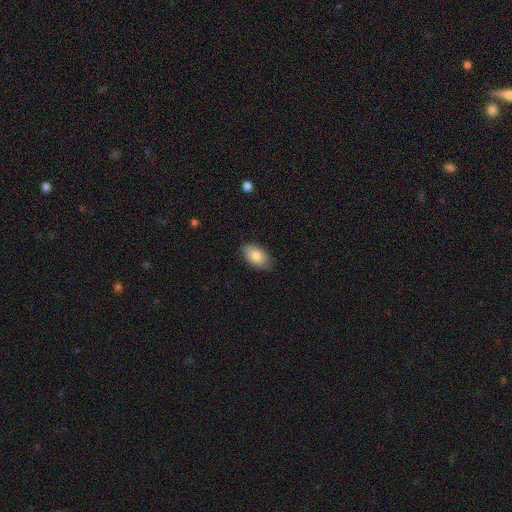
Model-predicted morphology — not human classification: smooth 84%, featured or disk 10%, star or artifact 6%. Down the decision tree: how rounded — in between (94%); merging — none (84%).